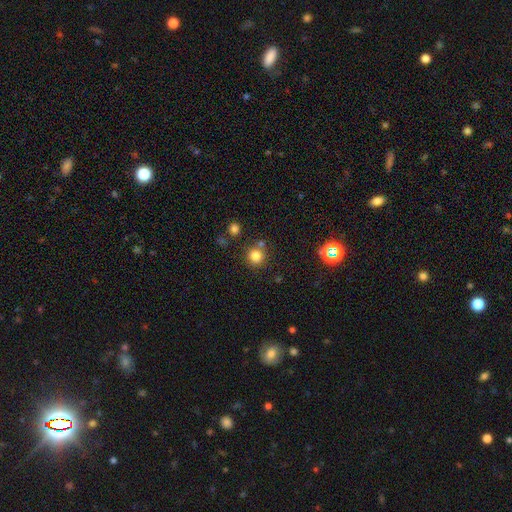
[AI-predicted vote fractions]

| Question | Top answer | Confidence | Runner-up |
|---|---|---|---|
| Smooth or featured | smooth | 79% | star or artifact (15%) |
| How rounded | round | 92% | in between (7%) |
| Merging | none | 76% | merger (12%) |